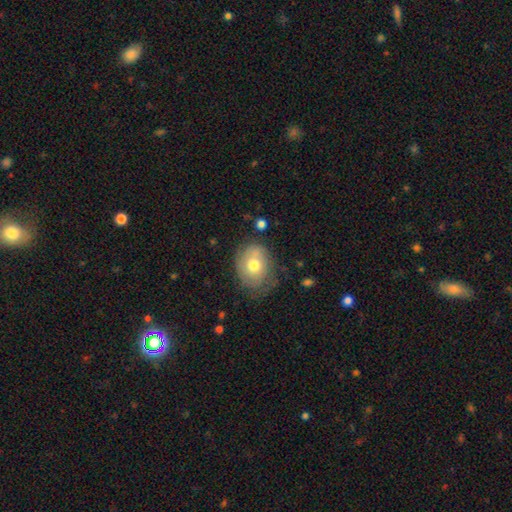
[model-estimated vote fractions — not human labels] Overall: smooth (52%; featured or disk 33%). How rounded: round (54%; in between 45%). Merging: none (70%).